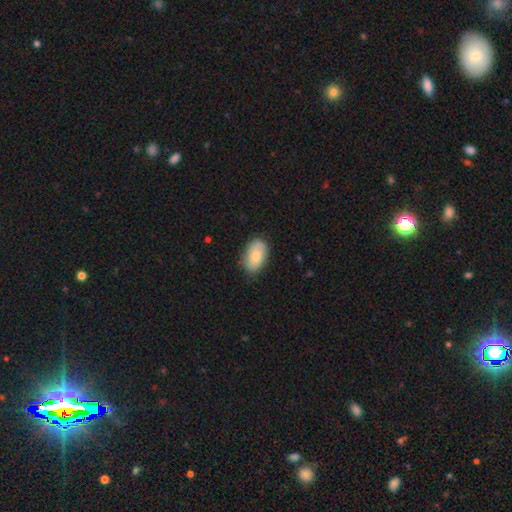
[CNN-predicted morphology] Smooth or featured: smooth — 74% (featured or disk — 20%)
How rounded: in between — 91% (round — 8%)
Merging: none — 76% (minor disturbance — 19%)